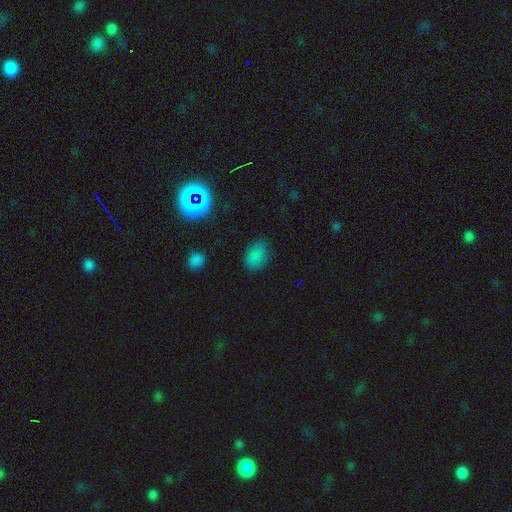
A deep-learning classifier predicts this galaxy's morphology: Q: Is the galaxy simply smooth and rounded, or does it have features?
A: smooth — 80%.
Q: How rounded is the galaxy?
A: in between — 77%.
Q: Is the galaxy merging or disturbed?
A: none — 80%.